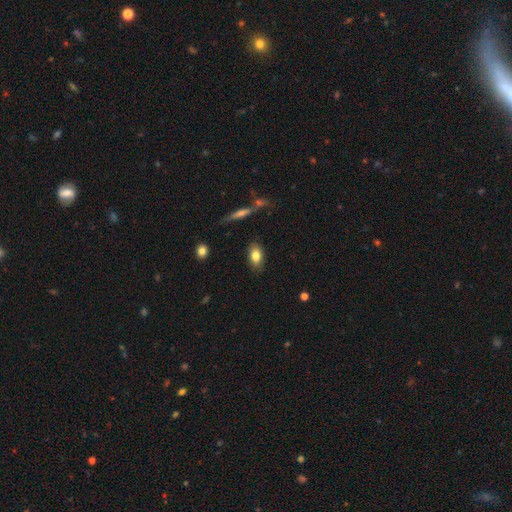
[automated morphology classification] The model was most divided on "smooth or featured": smooth: 80%, featured or disk: 12%, star or artifact: 8%. More confident: how rounded — in between (86%); merging — none (84%).